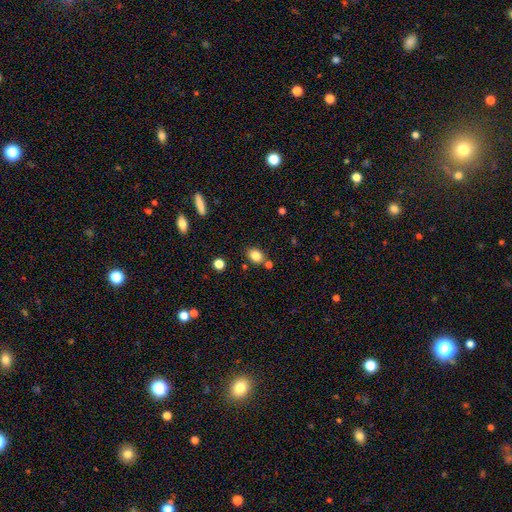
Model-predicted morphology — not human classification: Smooth or featured? smooth (84%)
How rounded? in between (58%)
Merging? none (76%)